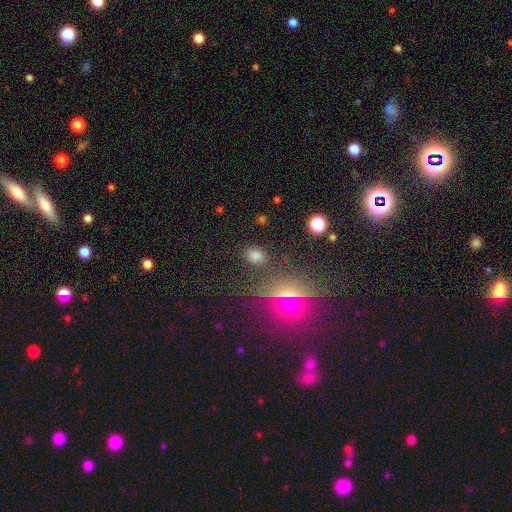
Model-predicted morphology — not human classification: smooth-or-featured: smooth: 69% | star or artifact: 24% | featured or disk: 7%
  how-rounded: in between: 56% | round: 42% | cigar-shaped: 2%
  merging: none: 82% | minor disturbance: 11% | major disturbance: 4% | merger: 4%